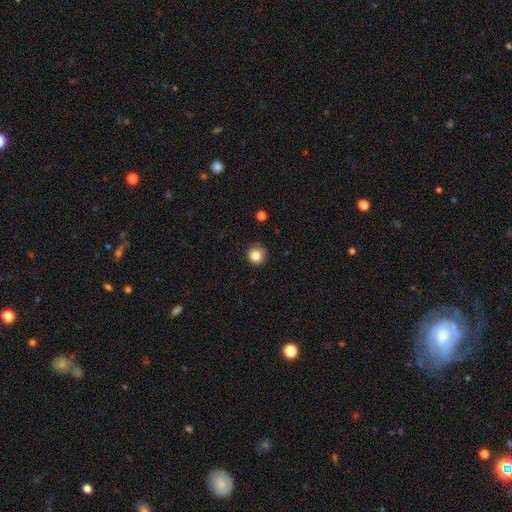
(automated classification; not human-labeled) smooth_or_featured: smooth (p=0.84) [alt: star or artifact p=0.11]
how_rounded: round (p=0.94) [alt: in between p=0.05]
merging: none (p=0.84) [alt: minor disturbance p=0.13]